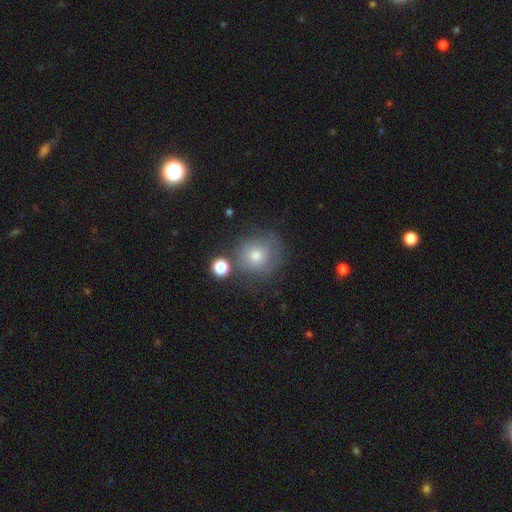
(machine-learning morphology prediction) smooth-or-featured: smooth: 56% | featured or disk: 30% | star or artifact: 14%
  how-rounded: round: 88% | in between: 11% | cigar-shaped: 1%
  merging: none: 66% | minor disturbance: 19% | major disturbance: 9% | merger: 5%